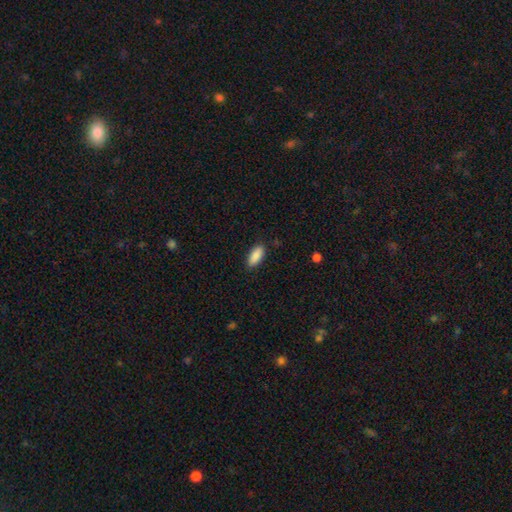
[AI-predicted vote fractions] Smooth or featured?
  - smooth: 90% *
  - star or artifact: 6%
  - featured or disk: 4%
How rounded?
  - in between: 85% *
  - cigar-shaped: 13%
  - round: 2%
Merging?
  - none: 88% *
  - minor disturbance: 9%
  - major disturbance: 2%
  - merger: 1%